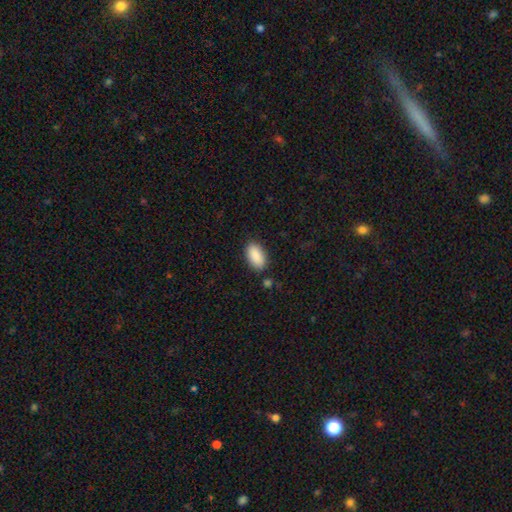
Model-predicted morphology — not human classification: Smooth or featured? Predicted: smooth (p=0.90). How rounded? Predicted: in between (p=0.94). Merging? Predicted: none (p=0.84).